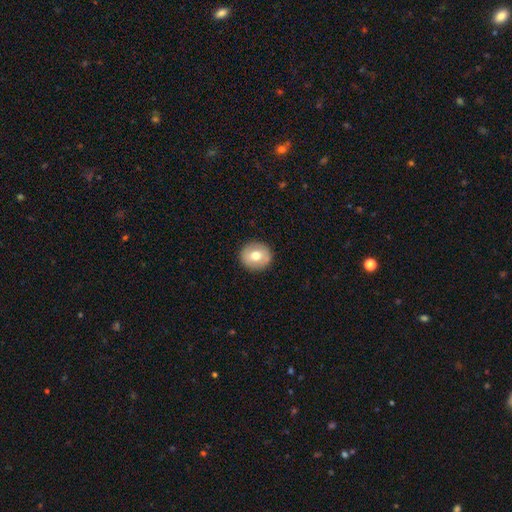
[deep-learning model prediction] This is likely a smooth galaxy (68%). How rounded: clearly round (88%). Merging: clearly none (90%).